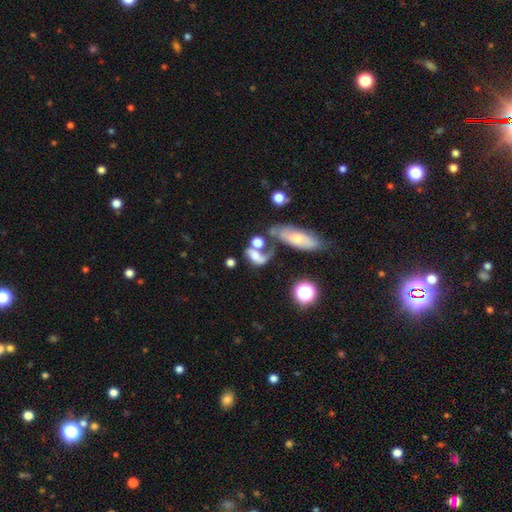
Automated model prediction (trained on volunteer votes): smooth-or-featured: smooth: 48% | featured or disk: 38% | star or artifact: 14%
  merging: merger: 44% | major disturbance: 25% | none: 19% | minor disturbance: 13%